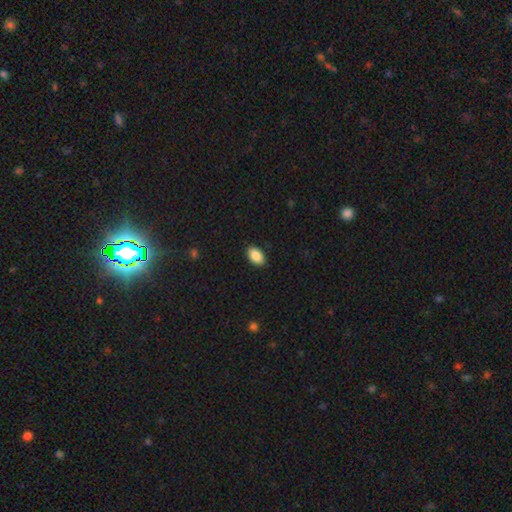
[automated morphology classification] type=smooth (89%); roundness=in between (92%); merging=none (89%).